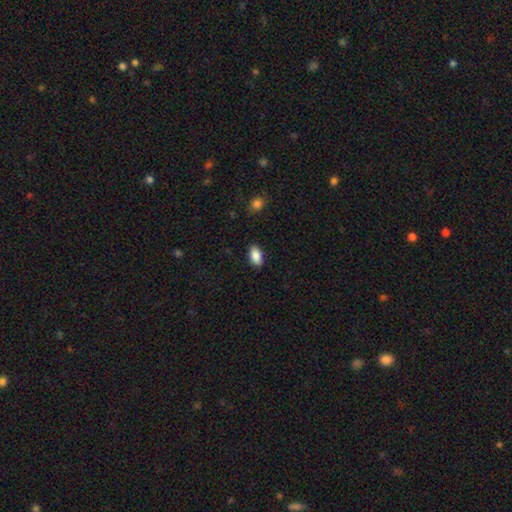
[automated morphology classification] A smooth galaxy with no disk features (88%) that is in between round and cigar-shaped (93%). Merging: none (87%).